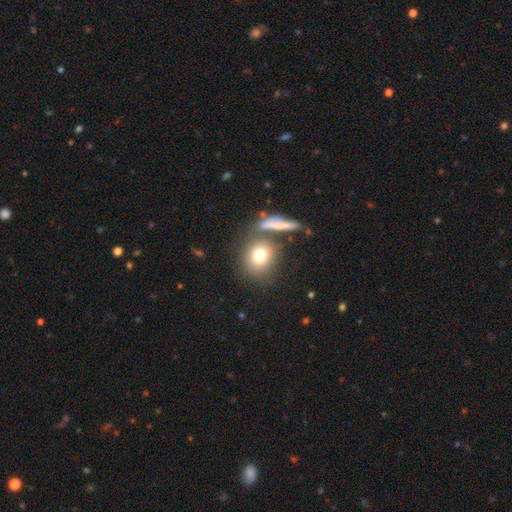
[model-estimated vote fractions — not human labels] This is likely a smooth galaxy (75%). How rounded: likely round (73%). Merging: likely none (66%).